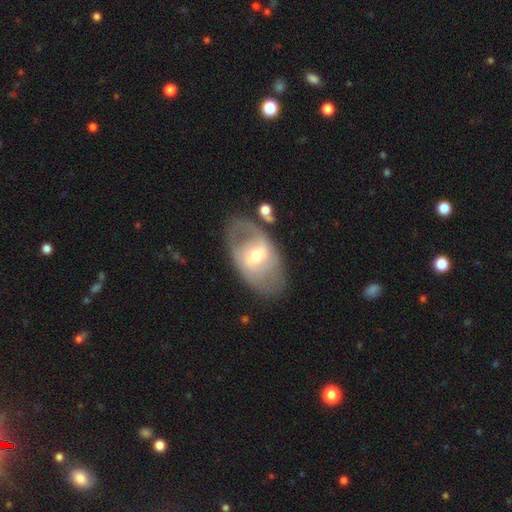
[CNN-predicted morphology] smooth_or_featured: featured or disk (p=0.65) [alt: smooth p=0.29]
disk_edge_on: no (p=0.91) [alt: yes p=0.09]
bar: weak (p=0.48) [alt: strong p=0.30]
has_spiral_arms: yes (p=0.55) [alt: no p=0.45]
bulge_size: moderate (p=0.60) [alt: small p=0.31]
merging: none (p=0.66) [alt: minor disturbance p=0.17]